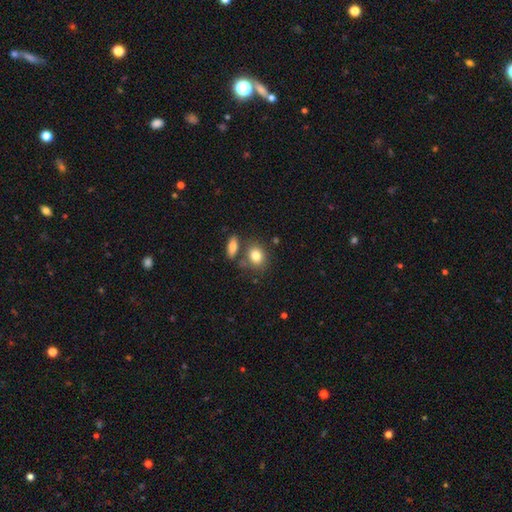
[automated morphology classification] This appears to be a smooth galaxy with no disk features (81%) that is in between round and cigar-shaped (52%). Merging: none (62%).